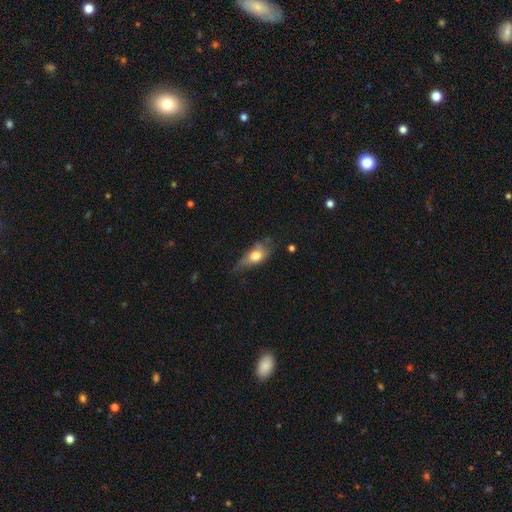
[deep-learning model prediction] Q: Smooth or featured?
A: smooth (62%); runner-up: featured or disk (29%)
Q: How rounded?
A: in between (79%); runner-up: cigar-shaped (12%)
Q: Merging?
A: none (37%); tied with: minor disturbance (37%)